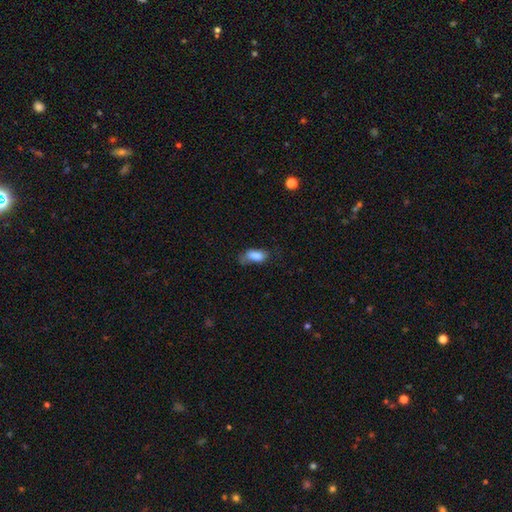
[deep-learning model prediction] A smooth galaxy with no disk features (81%) that is in between round and cigar-shaped (87%).

Vote fractions:
- Smooth or featured? smooth: 81% / featured or disk: 11% / star or artifact: 9%
- How rounded? in between: 87% / cigar-shaped: 9% / round: 4%
- Merging? none: 40% / minor disturbance: 34% / major disturbance: 22% / merger: 4%